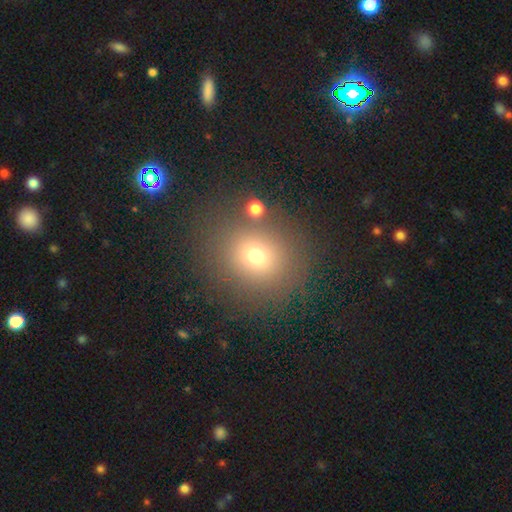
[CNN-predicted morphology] Q: Smooth or featured?
A: smooth (69%); runner-up: star or artifact (20%)
Q: How rounded?
A: round (82%); runner-up: in between (17%)
Q: Merging?
A: none (80%); runner-up: minor disturbance (9%)